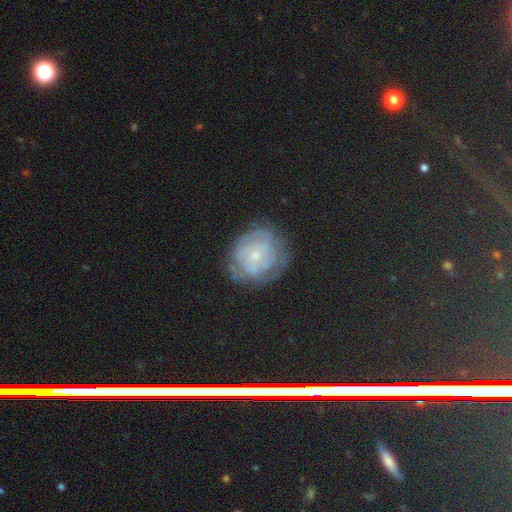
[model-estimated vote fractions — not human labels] Smooth or featured: featured or disk — 56% (star or artifact — 23%)
Edge-on disk: no — 97% (yes — 3%)
Bar: no — 77% (weak — 18%)
Spiral arms: yes — 83% (no — 17%)
Bulge size: small — 77% (moderate — 17%)
Merging: none — 74% (minor disturbance — 17%)